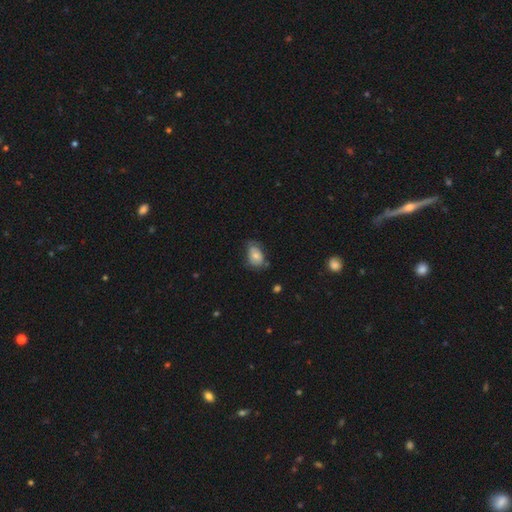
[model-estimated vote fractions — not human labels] Morphology: type=smooth (70%); roundness=in between (86%); merging=none (50%).